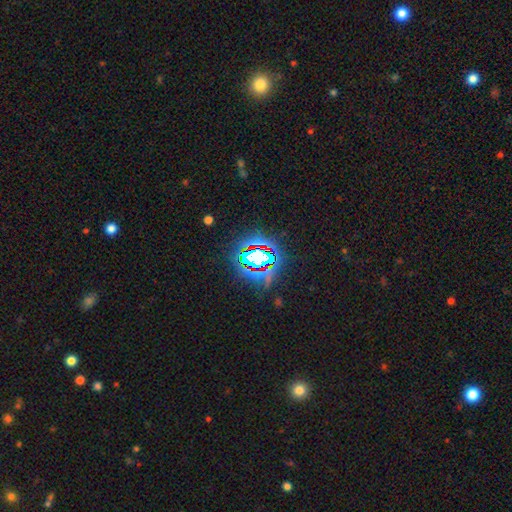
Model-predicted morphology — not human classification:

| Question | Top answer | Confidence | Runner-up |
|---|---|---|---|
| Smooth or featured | star or artifact | 65% | smooth (19%) |